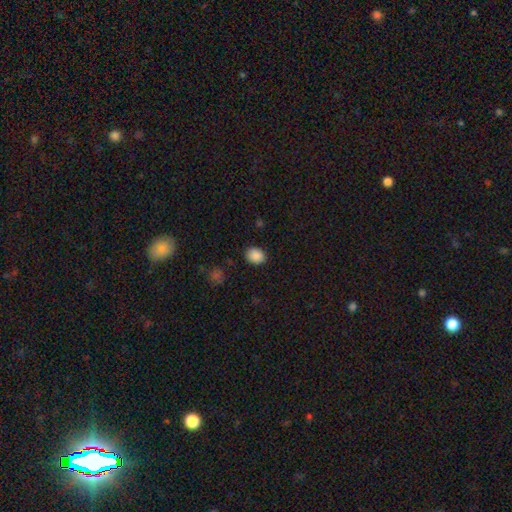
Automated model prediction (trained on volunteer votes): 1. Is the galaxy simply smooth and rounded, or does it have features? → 88% smooth, 9% star or artifact, 3% featured or disk.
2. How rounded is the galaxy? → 52% in between, 48% round, 1% cigar-shaped.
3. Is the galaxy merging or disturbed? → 88% none, 8% minor disturbance, 2% major disturbance, 1% merger.